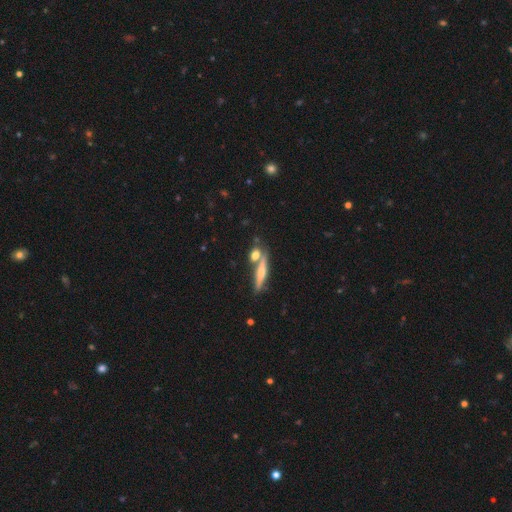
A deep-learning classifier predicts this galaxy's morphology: A smooth galaxy with no disk features (61%) that is cigar-shaped (41%).

Vote fractions:
- Smooth or featured? smooth: 61% / featured or disk: 28% / star or artifact: 10%
- How rounded? cigar-shaped: 41% / round: 30% / in between: 30%
- Merging? none: 60% / merger: 25% / minor disturbance: 11% / major disturbance: 4%